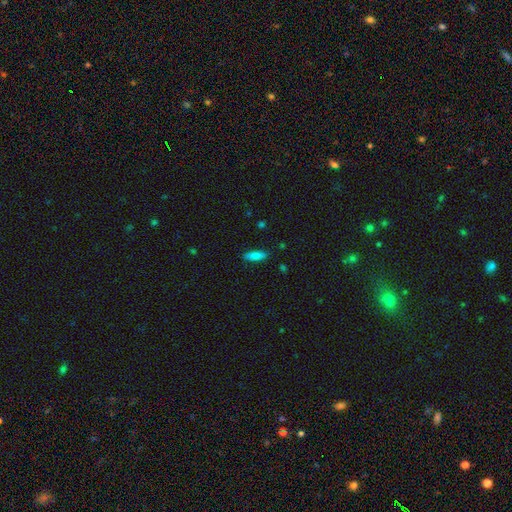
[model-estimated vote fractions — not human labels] Smooth or featured: smooth — 77% (featured or disk — 15%)
How rounded: in between — 52% (cigar-shaped — 46%)
Merging: none — 86% (minor disturbance — 10%)